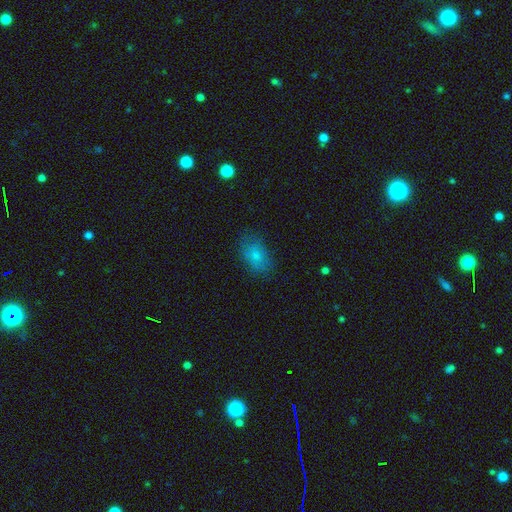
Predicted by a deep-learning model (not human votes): smooth-or-featured: smooth: 79% | featured or disk: 11% | star or artifact: 9%
  how-rounded: in between: 88% | round: 10% | cigar-shaped: 2%
  merging: none: 75% | minor disturbance: 18% | major disturbance: 6% | merger: 1%